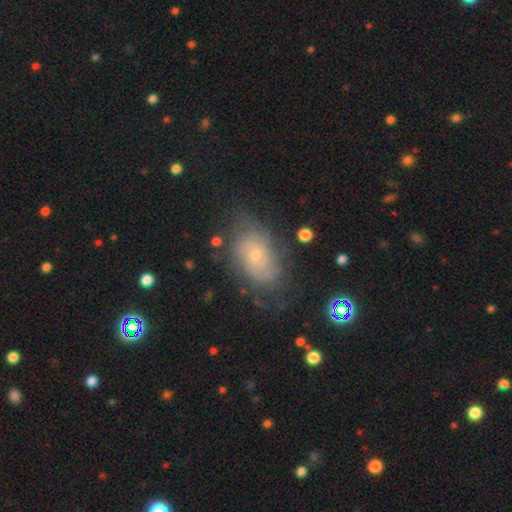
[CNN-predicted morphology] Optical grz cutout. It shows a featured or disk galaxy (72%) with no bar (79%), tight (62%) spiral arms (90%) and a small central bulge (75%). Merging: none (65%).